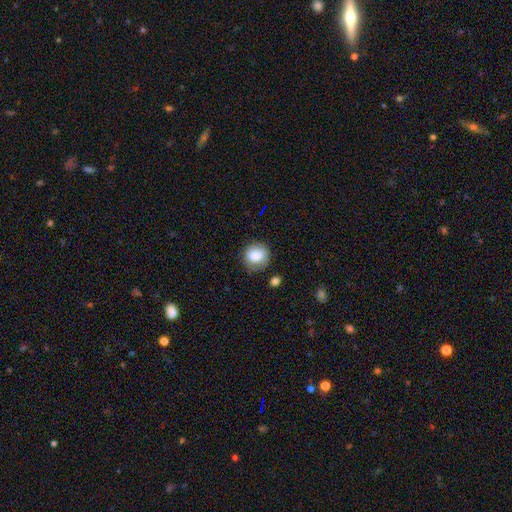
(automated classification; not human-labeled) Smooth or featured? smooth (84%)
How rounded? round (81%)
Merging? none (72%)